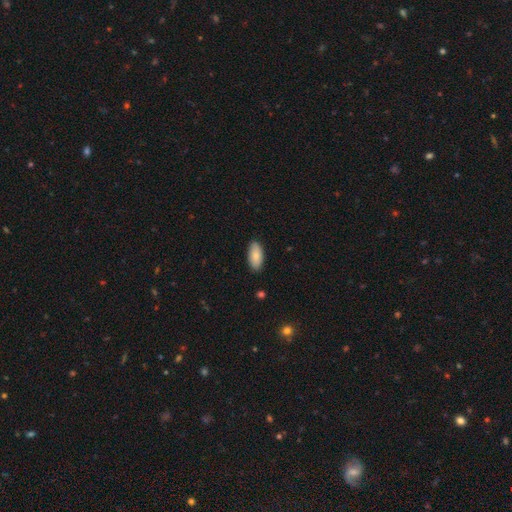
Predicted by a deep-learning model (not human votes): Overall: smooth (83%). How rounded: in between (91%). Merging: none (87%).